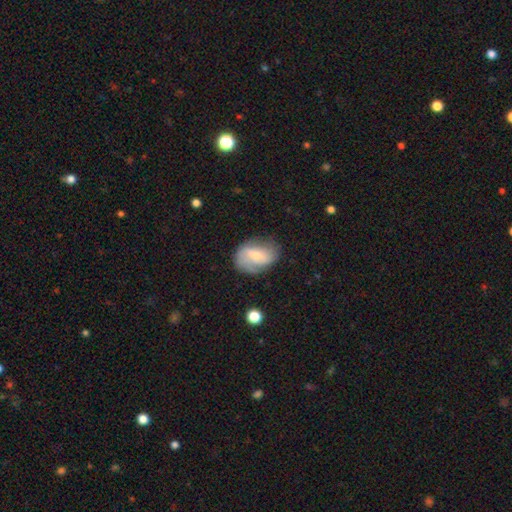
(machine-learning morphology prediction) Q: Smooth or featured?
A: featured or disk (47%); runner-up: smooth (45%)
Q: Merging?
A: none (58%); runner-up: minor disturbance (27%)